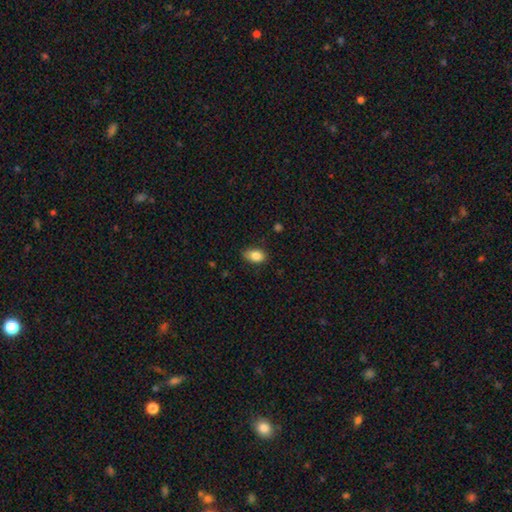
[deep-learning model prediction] This is clearly a smooth galaxy (85%). How rounded: clearly in between (86%). Merging: likely none (79%).